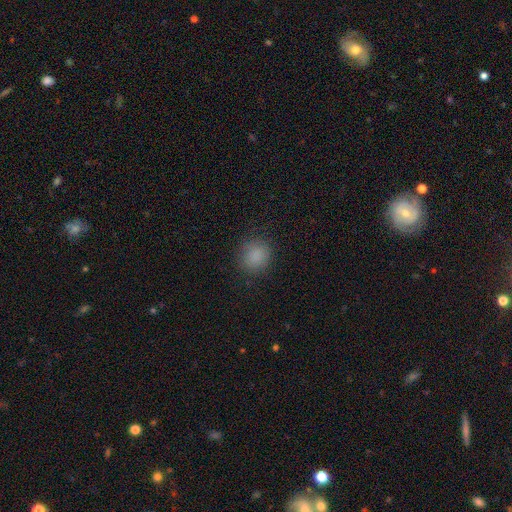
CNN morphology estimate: Smooth or featured? Predicted: smooth (p=0.86). How rounded? Predicted: round (p=0.81). Merging? Predicted: none (p=0.85).